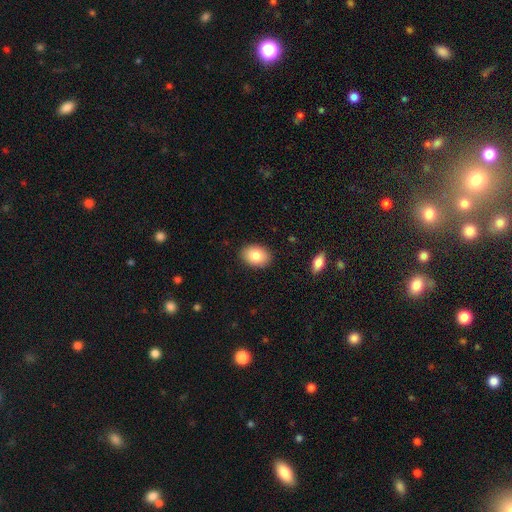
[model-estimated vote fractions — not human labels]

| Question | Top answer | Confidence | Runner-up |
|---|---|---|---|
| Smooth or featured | smooth | 83% | featured or disk (9%) |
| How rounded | in between | 76% | round (23%) |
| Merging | none | 89% | minor disturbance (8%) |